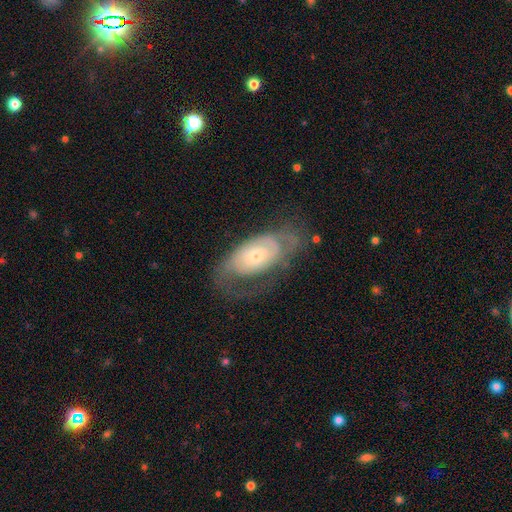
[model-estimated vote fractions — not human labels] featured or disk 70%, smooth 23%, star or artifact 6%. Down the decision tree: edge-on disk — no (93%); bar — no (75%); spiral arms — yes (76%); bulge size — small (64%); merging — none (47%).